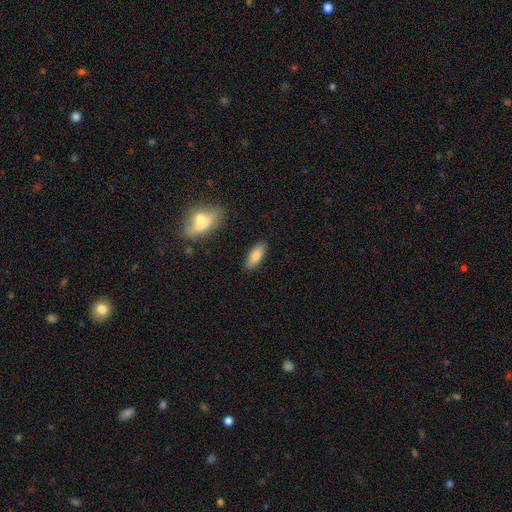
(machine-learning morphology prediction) A smooth galaxy with no disk features (78%) that is in between round and cigar-shaped (75%). Merging: none (85%).